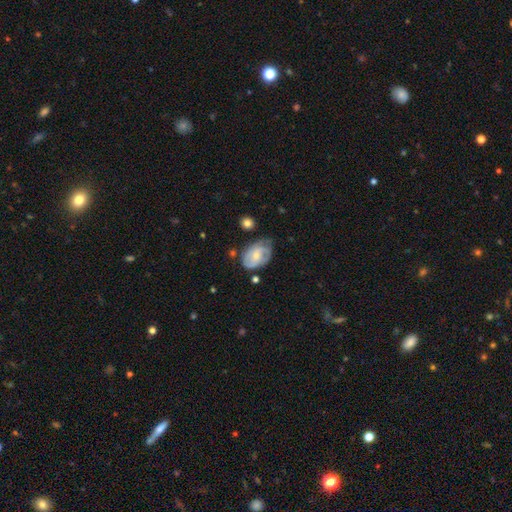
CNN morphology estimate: Smooth or featured? featured or disk (67%)
Edge-on disk? no (97%)
Bar? no (63%)
Spiral arms? yes (87%)
Spiral winding? tight (46%)
Spiral arm count? 2 (42%)
Bulge size? small (61%)
Merging? none (55%)